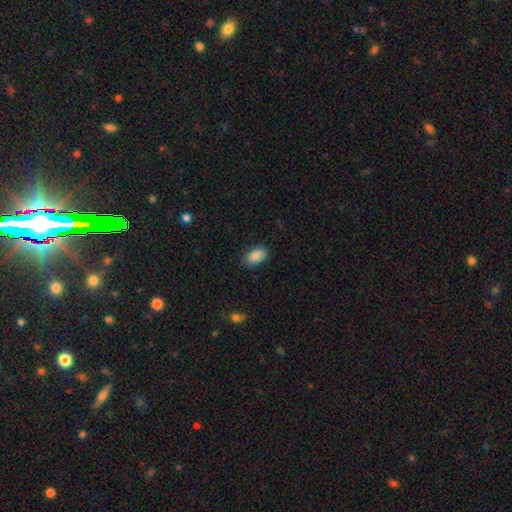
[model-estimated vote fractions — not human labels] Smooth or featured: smooth — 89% (star or artifact — 7%)
How rounded: in between — 93% (round — 5%)
Merging: none — 82% (minor disturbance — 14%)